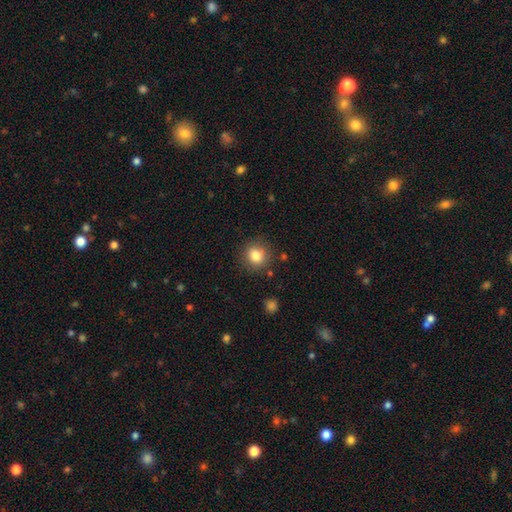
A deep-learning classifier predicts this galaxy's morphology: Q: Smooth or featured?
A: smooth (83%); runner-up: star or artifact (10%)
Q: How rounded?
A: round (87%); runner-up: in between (12%)
Q: Merging?
A: none (86%); runner-up: minor disturbance (9%)